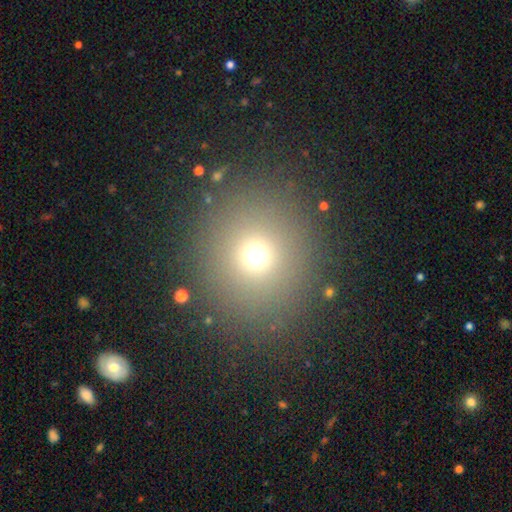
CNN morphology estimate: This is likely a smooth galaxy (68%). How rounded: clearly round (90%). Merging: clearly none (87%).